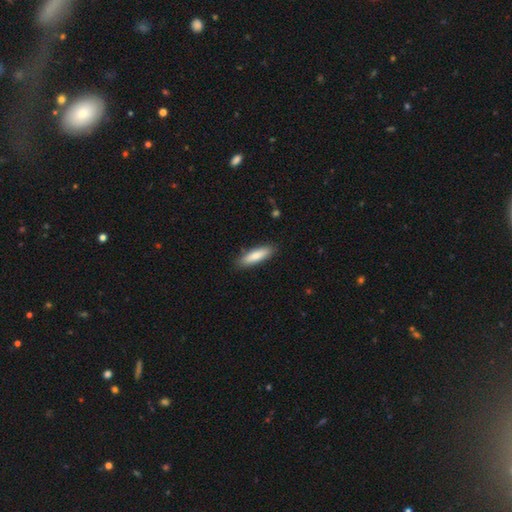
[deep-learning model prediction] Smooth or featured: smooth — 83% (featured or disk — 11%)
How rounded: cigar-shaped — 60% (in between — 39%)
Merging: none — 87% (minor disturbance — 10%)